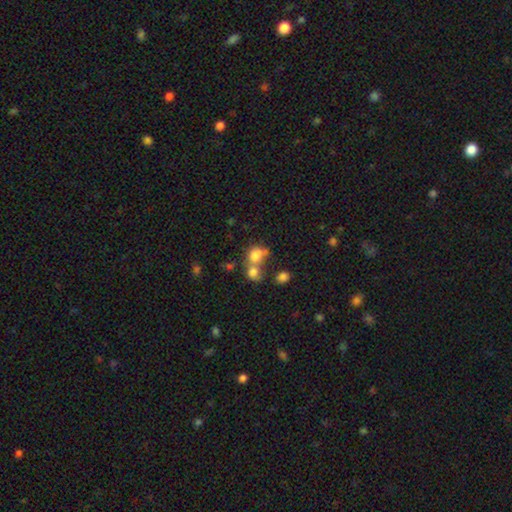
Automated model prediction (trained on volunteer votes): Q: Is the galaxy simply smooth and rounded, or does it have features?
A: smooth — 77%.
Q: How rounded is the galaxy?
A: round — 60%.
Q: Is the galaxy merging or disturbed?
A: merger — 56%.